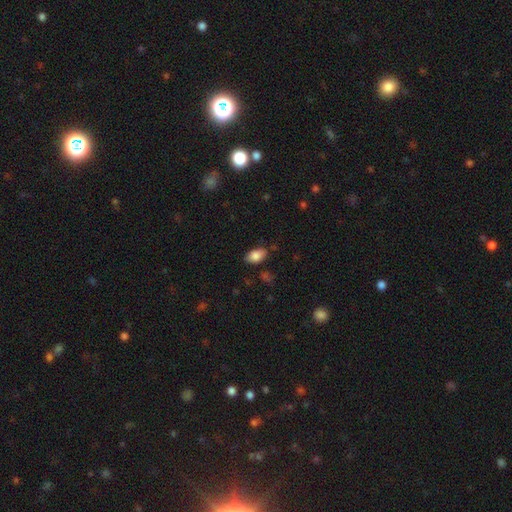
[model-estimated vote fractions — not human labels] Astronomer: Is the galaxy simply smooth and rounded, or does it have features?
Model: smooth — 84%.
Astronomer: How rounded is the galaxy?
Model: in between — 92%.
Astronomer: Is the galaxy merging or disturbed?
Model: none — 80%.